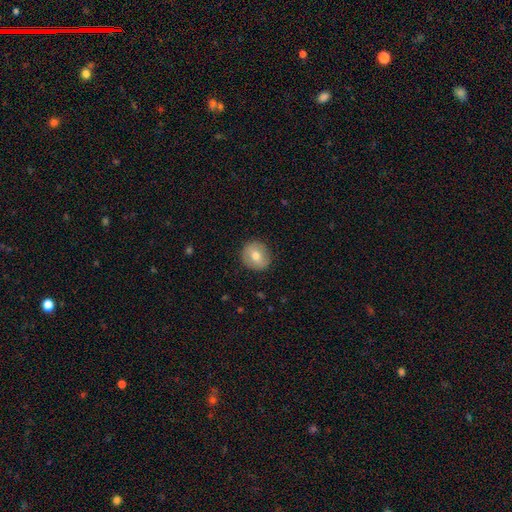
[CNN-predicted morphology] This appears to be a smooth galaxy with no disk features (69%) that is round (87%). Merging: none (88%).